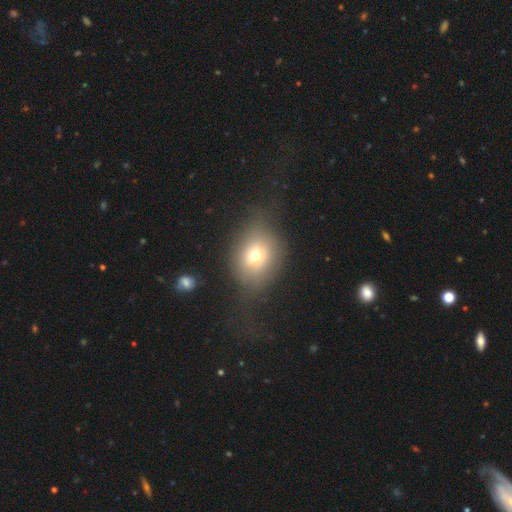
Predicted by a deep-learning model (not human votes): This is likely a smooth galaxy (66%). How rounded: possibly round (55%). Merging: possibly none (54%).